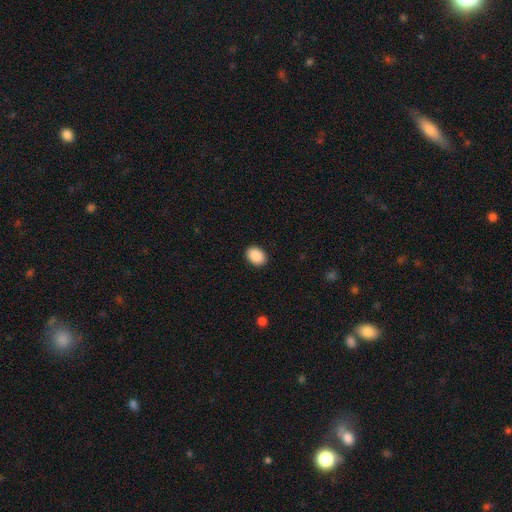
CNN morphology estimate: Q: Smooth or featured?
A: smooth (91%); runner-up: star or artifact (7%)
Q: How rounded?
A: in between (74%); runner-up: round (25%)
Q: Merging?
A: none (90%); runner-up: minor disturbance (7%)